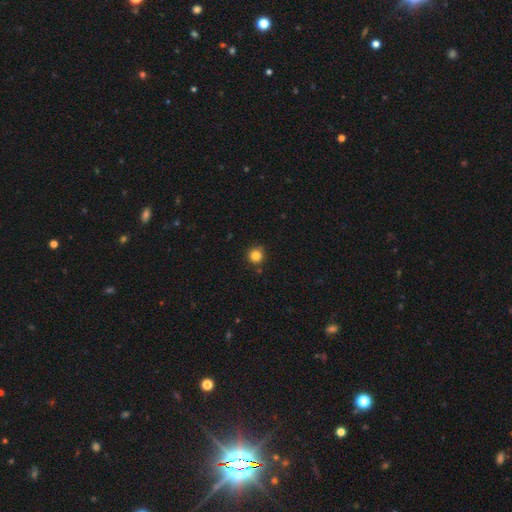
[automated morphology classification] The model was most divided on "merging": none: 84%, minor disturbance: 11%, merger: 3%, major disturbance: 2%. More confident: how rounded — round (93%); smooth or featured — smooth (84%).